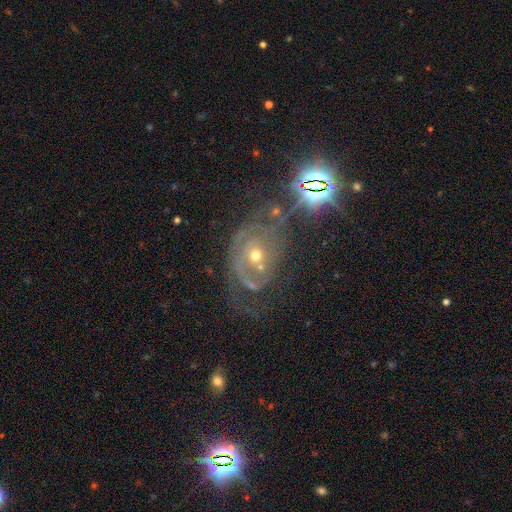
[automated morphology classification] smooth_or_featured: featured or disk (p=0.65) [alt: star or artifact p=0.18]
disk_edge_on: no (p=0.96) [alt: yes p=0.04]
bar: no (p=0.81) [alt: weak p=0.14]
has_spiral_arms: yes (p=0.69) [alt: no p=0.31]
bulge_size: moderate (p=0.51) [alt: small p=0.43]
merging: none (p=0.37) [alt: major disturbance p=0.29]